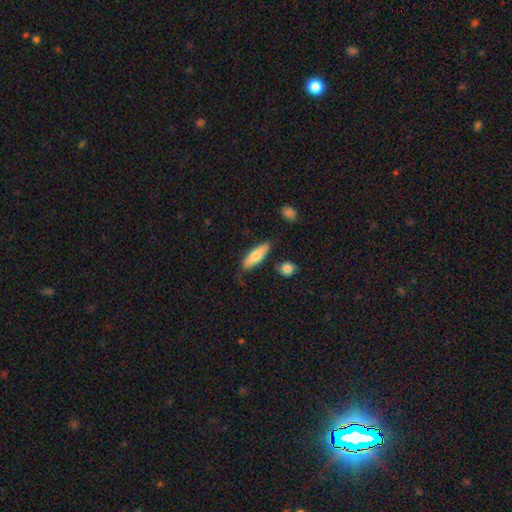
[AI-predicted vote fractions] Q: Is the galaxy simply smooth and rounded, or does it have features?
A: smooth — 73%.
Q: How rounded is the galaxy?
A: cigar-shaped — 50%.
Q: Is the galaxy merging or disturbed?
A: none — 75%.